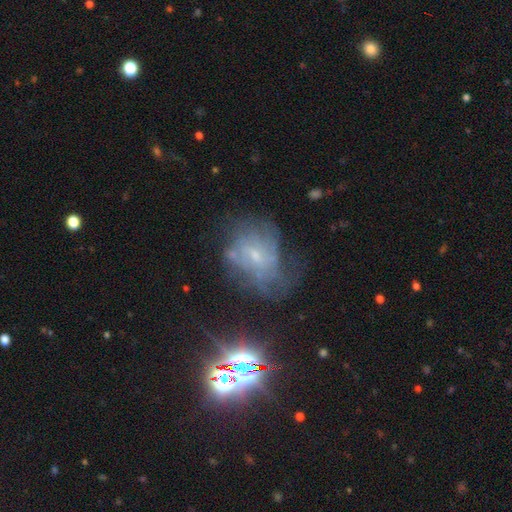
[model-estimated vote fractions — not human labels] Smooth or featured? featured or disk (57%)
Edge-on disk? no (96%)
Bar? no (62%)
Spiral arms? yes (61%)
Bulge size? small (70%)
Merging? none (41%)